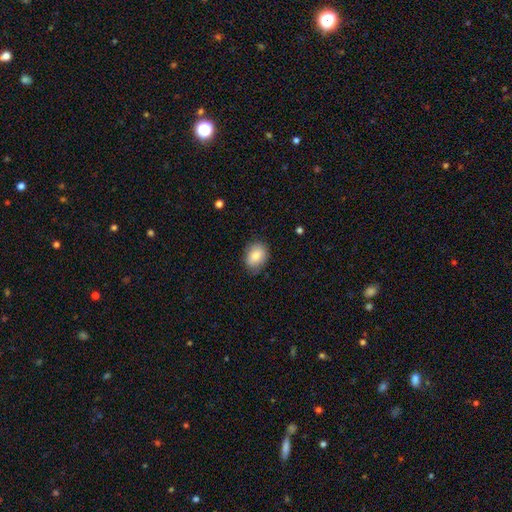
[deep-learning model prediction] Overall: smooth (81%). How rounded: in between (68%; round 31%). Merging: none (76%).